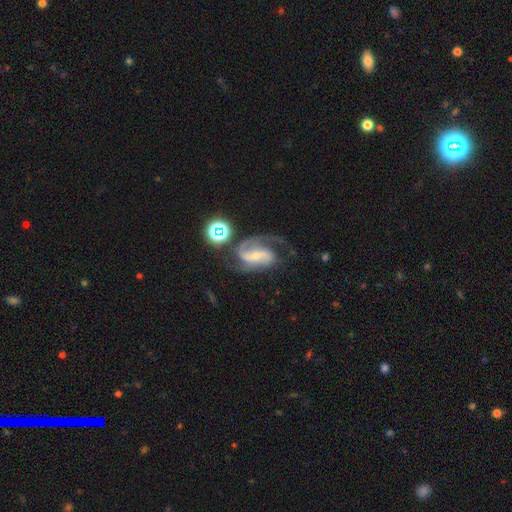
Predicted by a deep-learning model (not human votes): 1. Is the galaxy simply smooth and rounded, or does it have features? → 85% featured or disk, 8% star or artifact, 7% smooth.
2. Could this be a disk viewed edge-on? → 97% no, 3% yes.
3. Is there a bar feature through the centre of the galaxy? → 41% strong, 38% weak, 21% no.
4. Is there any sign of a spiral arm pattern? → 97% yes, 3% no.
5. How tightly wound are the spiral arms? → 51% medium, 30% loose, 18% tight.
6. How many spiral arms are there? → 77% 2, 7% 3, 7% 1, 6% can't tell, 2% 4, 2% more than 4.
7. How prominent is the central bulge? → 64% small, 30% moderate, 3% none, 2% large, 1% dominant.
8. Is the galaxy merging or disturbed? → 53% none, 22% major disturbance, 20% minor disturbance, 6% merger.